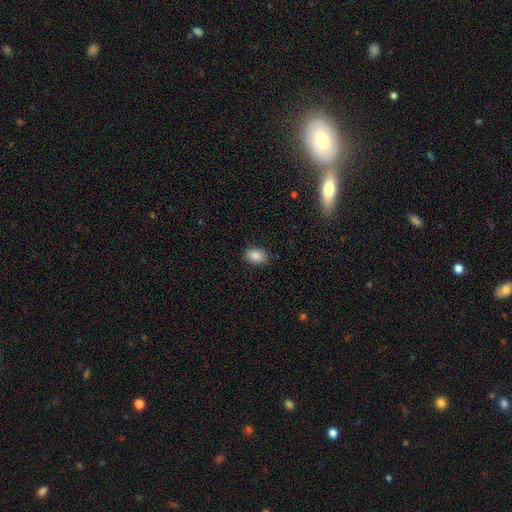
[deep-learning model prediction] Q: Smooth or featured?
A: smooth (86%); runner-up: star or artifact (8%)
Q: How rounded?
A: in between (86%); runner-up: round (12%)
Q: Merging?
A: none (86%); runner-up: minor disturbance (11%)